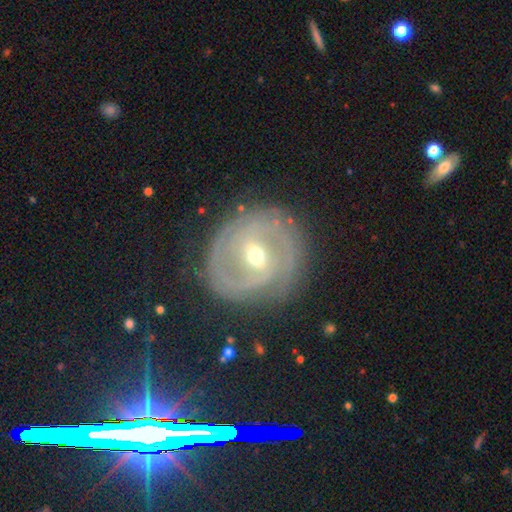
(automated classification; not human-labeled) Q: Smooth or featured?
A: featured or disk (82%); runner-up: smooth (9%)
Q: Edge-on disk?
A: no (96%); runner-up: yes (4%)
Q: Bar?
A: weak (50%); runner-up: strong (29%)
Q: Spiral arms?
A: yes (90%); runner-up: no (10%)
Q: Spiral winding?
A: tight (62%); runner-up: medium (29%)
Q: Spiral arm count?
A: 2 (51%); runner-up: can't tell (24%)
Q: Bulge size?
A: moderate (54%); runner-up: small (43%)
Q: Merging?
A: none (79%); runner-up: minor disturbance (13%)